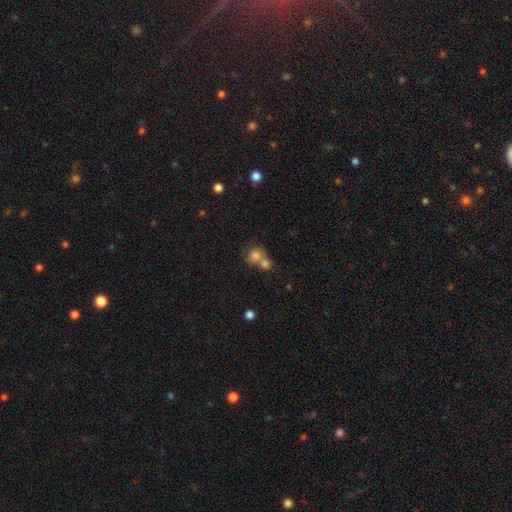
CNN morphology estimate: The model was most divided on "merging": merger: 54%, none: 34%, minor disturbance: 8%, major disturbance: 4%. More confident: smooth or featured — smooth (78%); how rounded — round (77%).